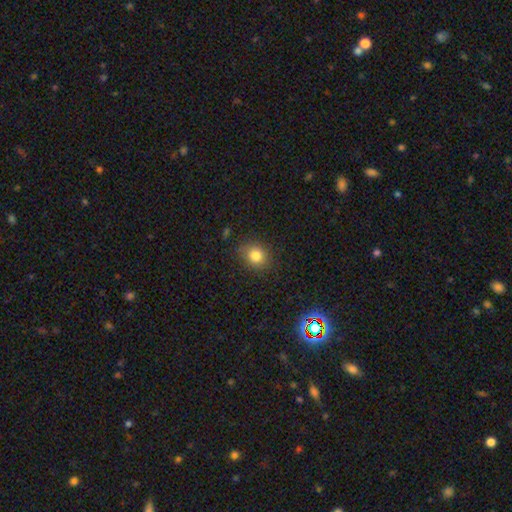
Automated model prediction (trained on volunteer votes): Morphology: type=smooth (82%); roundness=round (74%); merging=none (82%).